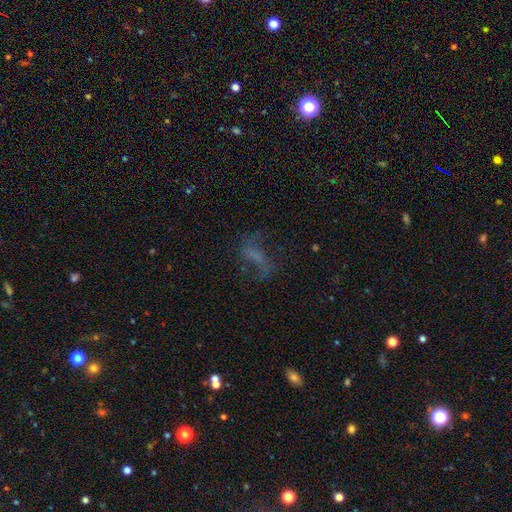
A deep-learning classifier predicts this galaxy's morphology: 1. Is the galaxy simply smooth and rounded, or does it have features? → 44% featured or disk, 31% smooth, 26% star or artifact.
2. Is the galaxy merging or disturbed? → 53% none, 26% major disturbance, 18% minor disturbance, 3% merger.